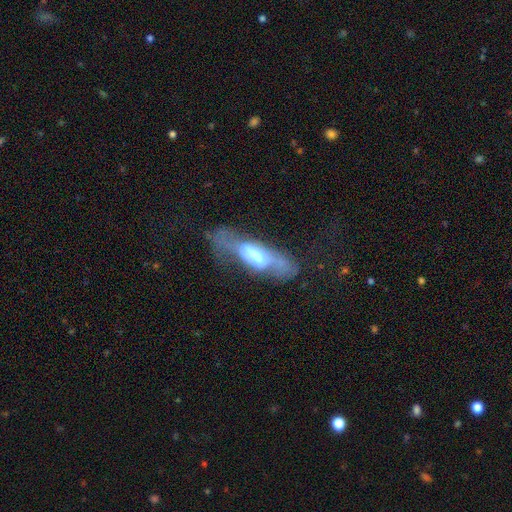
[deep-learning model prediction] Smooth or featured: featured or disk — 53% (smooth — 38%)
Edge-on disk: no — 69% (yes — 31%)
Merging: major disturbance — 45% (none — 25%)